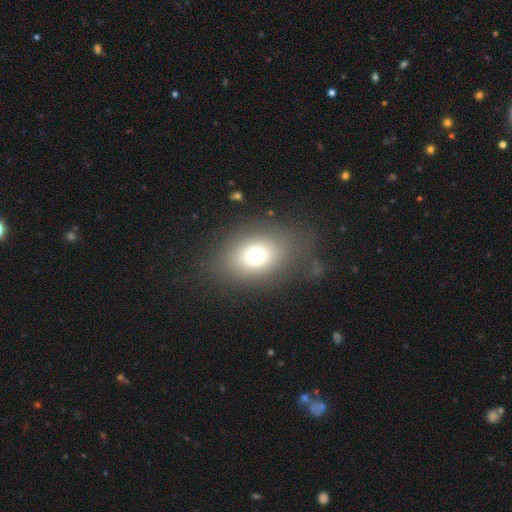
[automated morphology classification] Smooth or featured? Predicted: smooth (p=0.71). How rounded? Predicted: in between (p=0.65). Merging? Predicted: none (p=0.71).